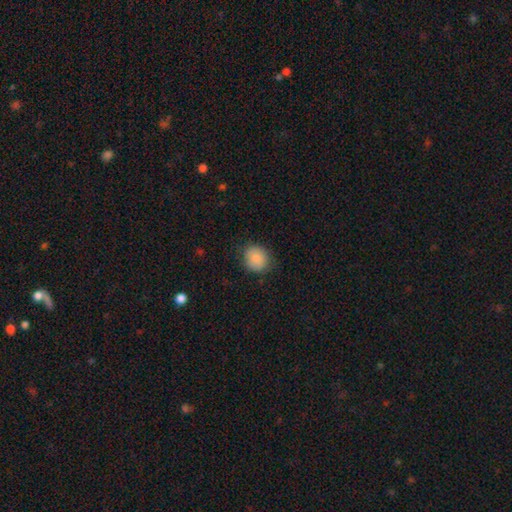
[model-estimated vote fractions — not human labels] smooth-or-featured: smooth: 87% | star or artifact: 8% | featured or disk: 5%
  how-rounded: round: 76% | in between: 23% | cigar-shaped: 1%
  merging: none: 80% | minor disturbance: 16% | major disturbance: 4% | merger: 1%